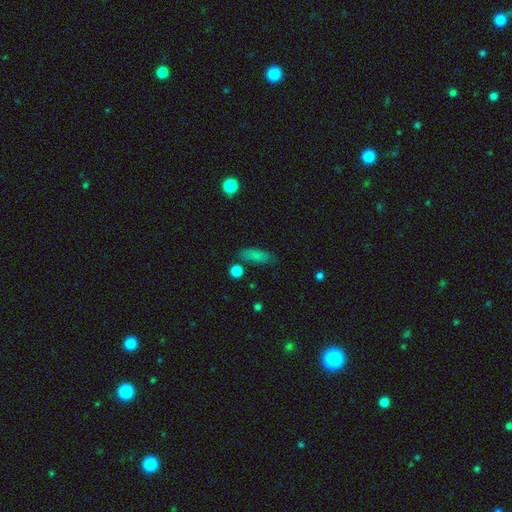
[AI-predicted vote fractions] Smooth or featured? smooth (80%)
How rounded? in between (64%)
Merging? none (74%)